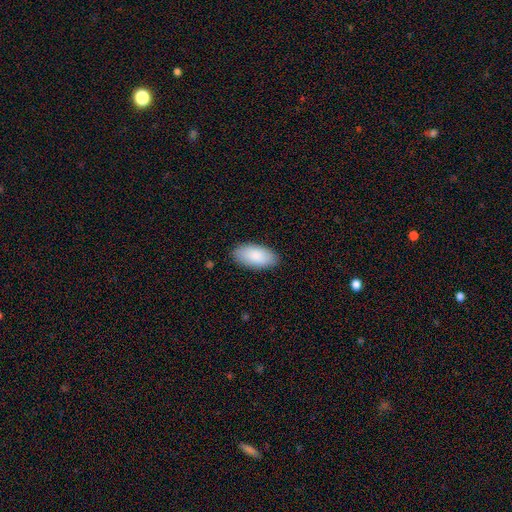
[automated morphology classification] Overall: smooth (88%). How rounded: in between (94%). Merging: none (88%).